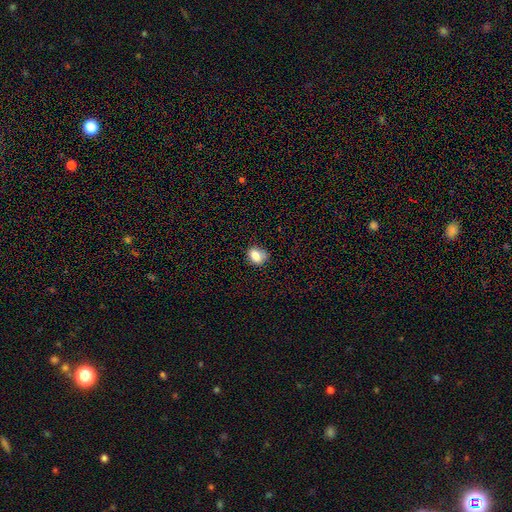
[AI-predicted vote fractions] smooth-or-featured: smooth: 82% | star or artifact: 10% | featured or disk: 8%
  how-rounded: in between: 62% | round: 37% | cigar-shaped: 1%
  merging: none: 61% | minor disturbance: 28% | major disturbance: 7% | merger: 4%